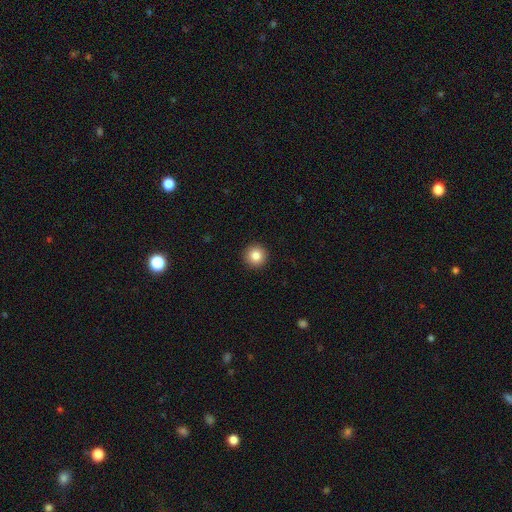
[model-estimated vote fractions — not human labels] The model was most divided on "smooth or featured": smooth: 85%, star or artifact: 10%, featured or disk: 6%. More confident: how rounded — round (96%); merging — none (93%).